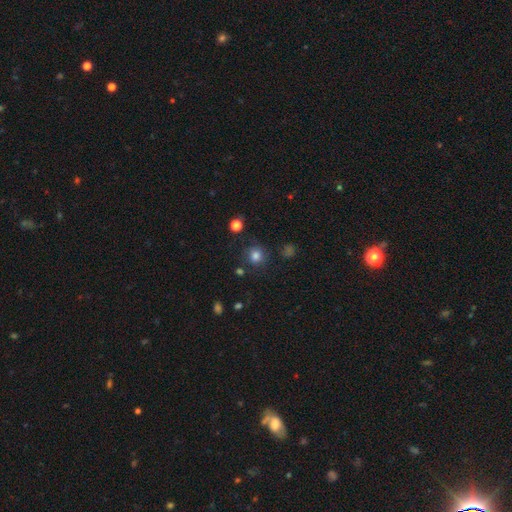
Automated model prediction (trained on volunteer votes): smooth 81%, star or artifact 14%, featured or disk 5%. Down the decision tree: how rounded — round (91%); merging — none (83%).